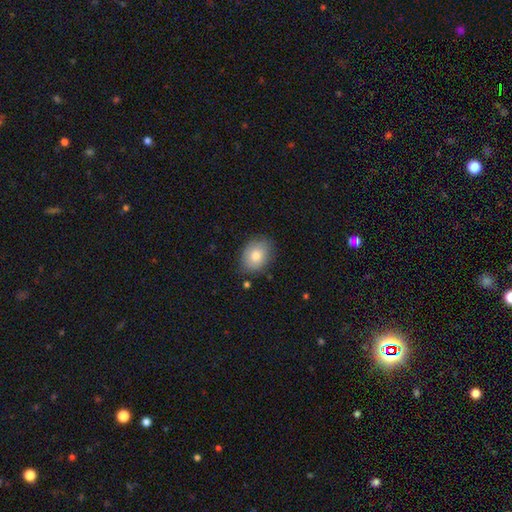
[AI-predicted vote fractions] The model was most divided on "how rounded": in between: 69%, round: 30%, cigar-shaped: 1%. More confident: merging — none (78%); smooth or featured — smooth (78%).